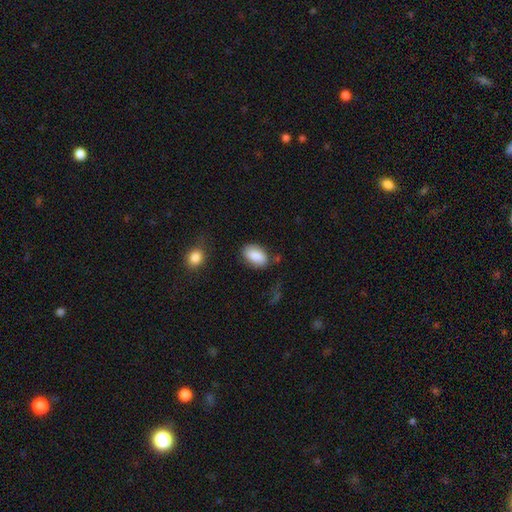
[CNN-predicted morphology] smooth_or_featured: smooth (p=0.85) [alt: featured or disk p=0.08]
how_rounded: in between (p=0.91) [alt: round p=0.08]
merging: none (p=0.76) [alt: minor disturbance p=0.15]